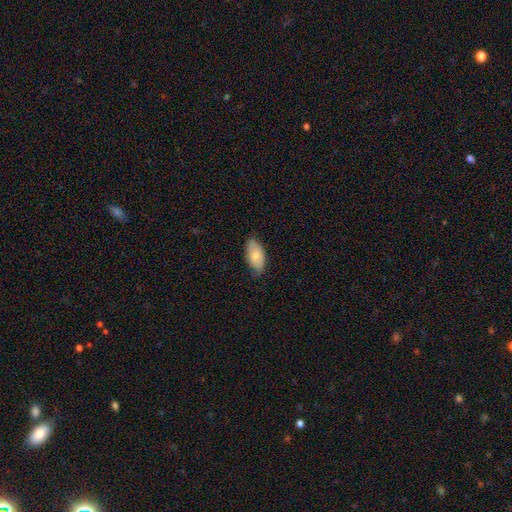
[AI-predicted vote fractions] Smooth or featured: smooth — 75% (featured or disk — 19%)
How rounded: in between — 94% (cigar-shaped — 3%)
Merging: none — 71% (minor disturbance — 24%)